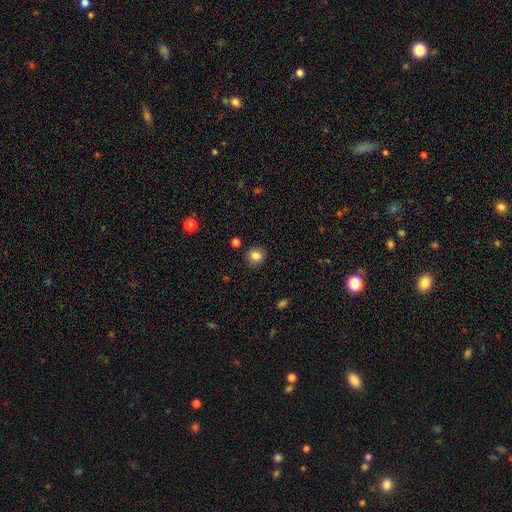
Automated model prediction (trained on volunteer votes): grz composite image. It shows a smooth galaxy with no disk features (84%) that is round (85%). Merging: none (89%).